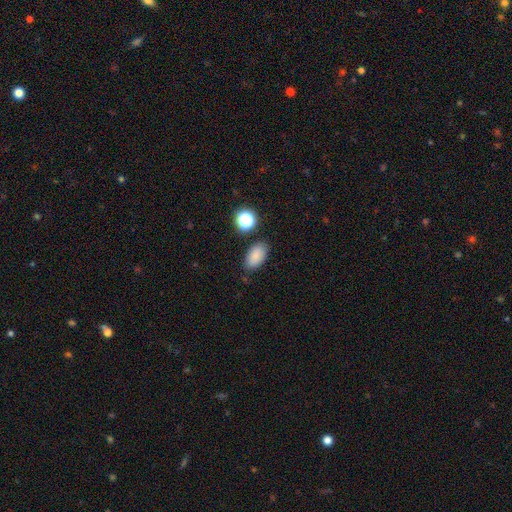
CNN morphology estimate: Smooth or featured?
  - smooth: 84% *
  - star or artifact: 11%
  - featured or disk: 6%
How rounded?
  - in between: 91% *
  - round: 7%
  - cigar-shaped: 2%
Merging?
  - none: 81% *
  - minor disturbance: 12%
  - merger: 3%
  - major disturbance: 3%